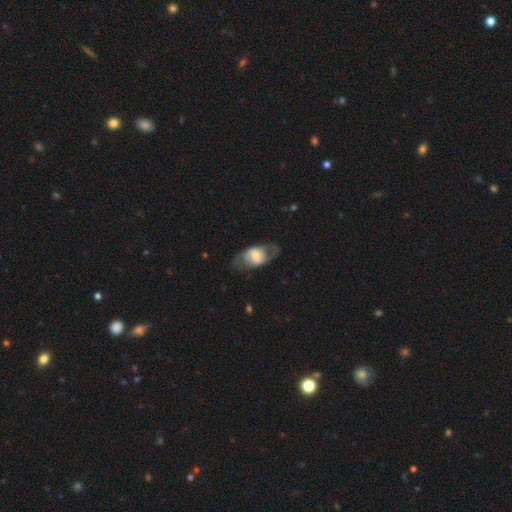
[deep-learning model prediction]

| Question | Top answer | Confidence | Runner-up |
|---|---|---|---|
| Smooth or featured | featured or disk | 51% | smooth (43%) |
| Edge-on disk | no | 86% | yes (14%) |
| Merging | none | 67% | minor disturbance (18%) |